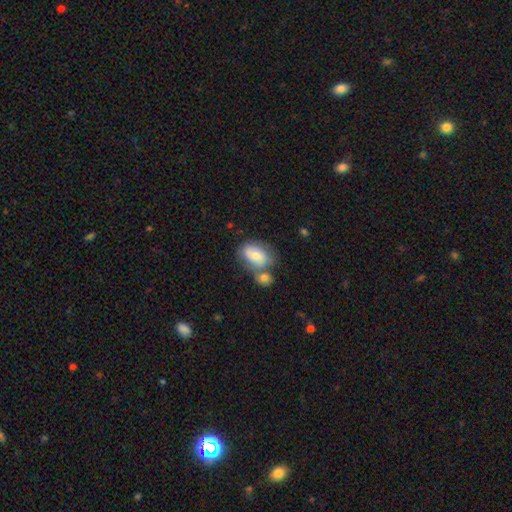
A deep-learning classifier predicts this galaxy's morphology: A smooth galaxy with no disk features (57%) that is in between round and cigar-shaped (83%).

Vote fractions:
- Smooth or featured? smooth: 57% / featured or disk: 35% / star or artifact: 8%
- How rounded? in between: 83% / round: 15% / cigar-shaped: 2%
- Merging? none: 41% / merger: 36% / minor disturbance: 16% / major disturbance: 6%